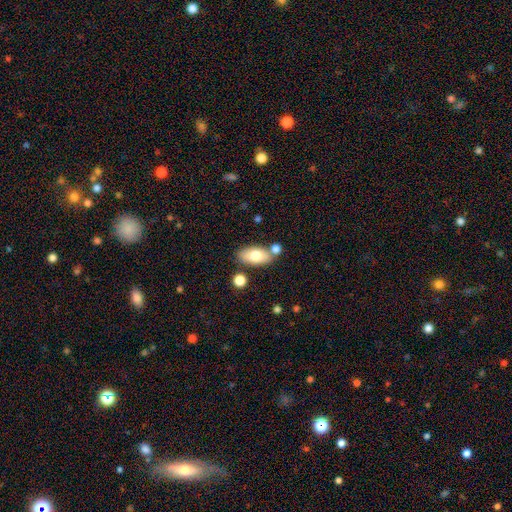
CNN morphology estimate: A smooth galaxy with no disk features (74%) that is in between round and cigar-shaped (90%). Merging: none (72%).